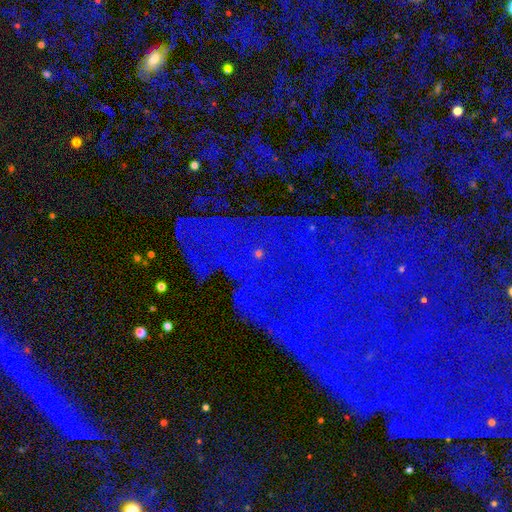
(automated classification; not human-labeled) Smooth or featured?
  - star or artifact: 85% *
  - featured or disk: 8%
  - smooth: 8%